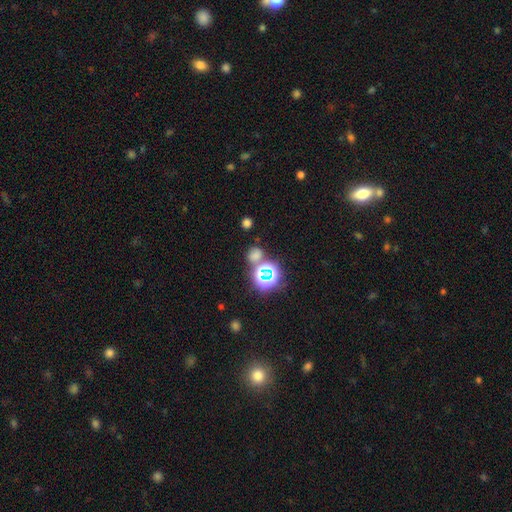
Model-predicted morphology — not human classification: smooth-or-featured: smooth: 54% | star or artifact: 39% | featured or disk: 7%
  how-rounded: round: 66% | in between: 32% | cigar-shaped: 1%
  merging: none: 67% | merger: 17% | minor disturbance: 11% | major disturbance: 5%